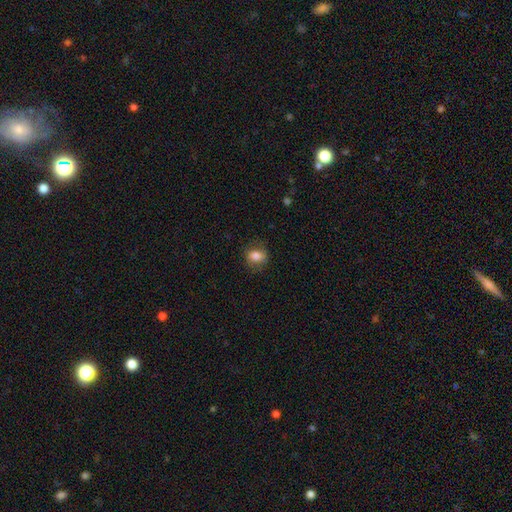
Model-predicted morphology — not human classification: The model was most divided on "how rounded": in between: 51%, round: 48%, cigar-shaped: 2%. More confident: merging — none (77%); smooth or featured — smooth (75%).